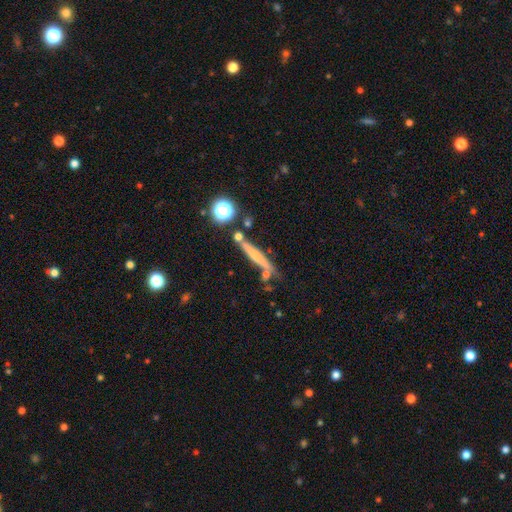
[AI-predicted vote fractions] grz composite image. It shows a smooth galaxy with no disk features (47%). Merging: none (74%).